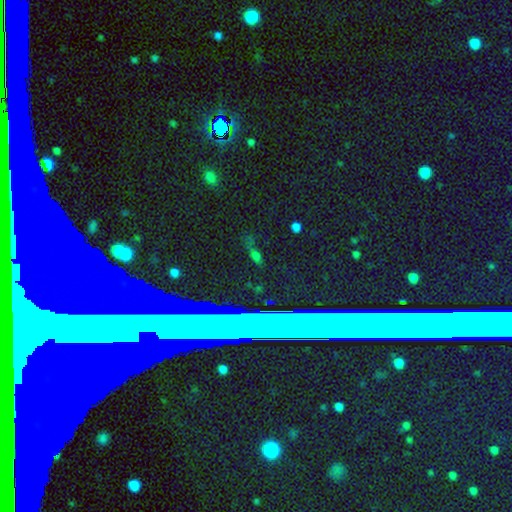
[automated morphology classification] Q: Smooth or featured?
A: star or artifact (52%); runner-up: smooth (33%)